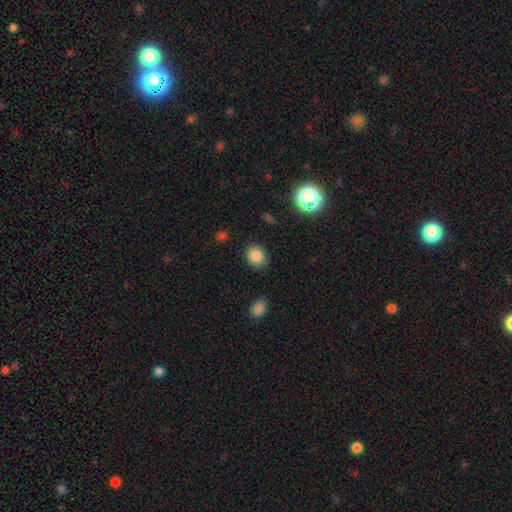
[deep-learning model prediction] smooth 84%, star or artifact 11%, featured or disk 4%. Down the decision tree: how rounded — round (70%); merging — none (86%).